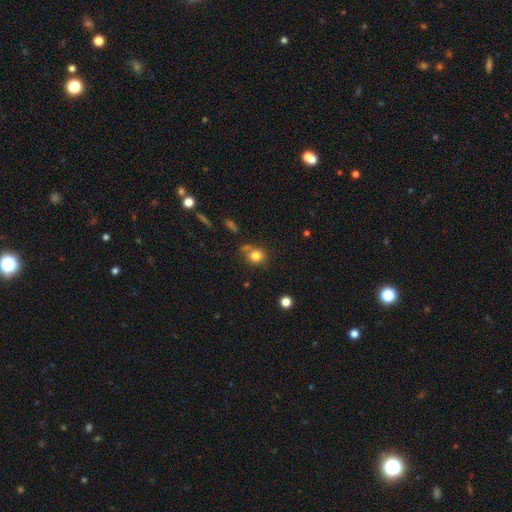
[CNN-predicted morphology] A smooth galaxy with no disk features (80%) that is round (72%).

Vote fractions:
- Smooth or featured? smooth: 80% / star or artifact: 12% / featured or disk: 8%
- How rounded? round: 72% / in between: 27% / cigar-shaped: 1%
- Merging? none: 59% / minor disturbance: 20% / merger: 13% / major disturbance: 8%